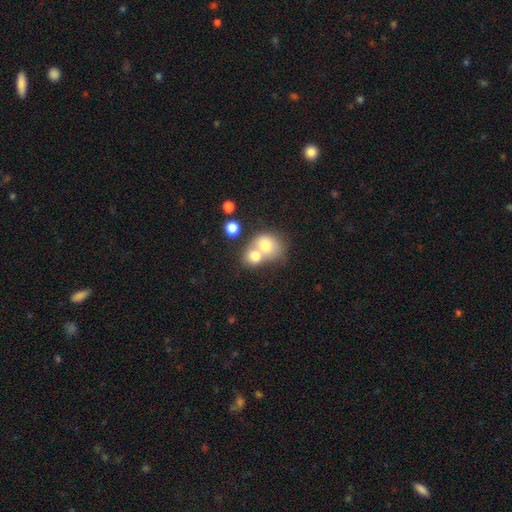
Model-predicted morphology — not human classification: Smooth or featured? smooth (73%)
How rounded? round (58%)
Merging? merger (67%)